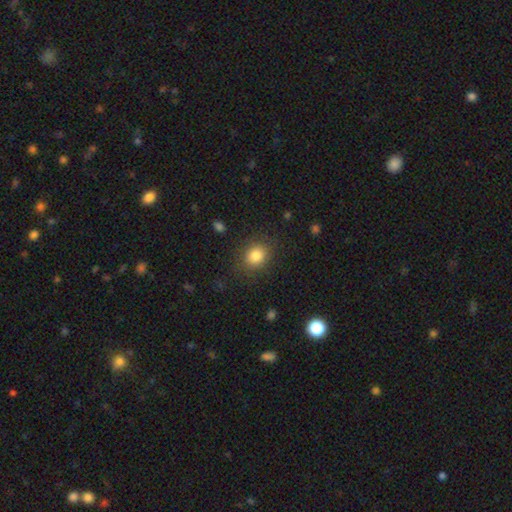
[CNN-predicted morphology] type=smooth (83%); roundness=round (62%); merging=none (82%).